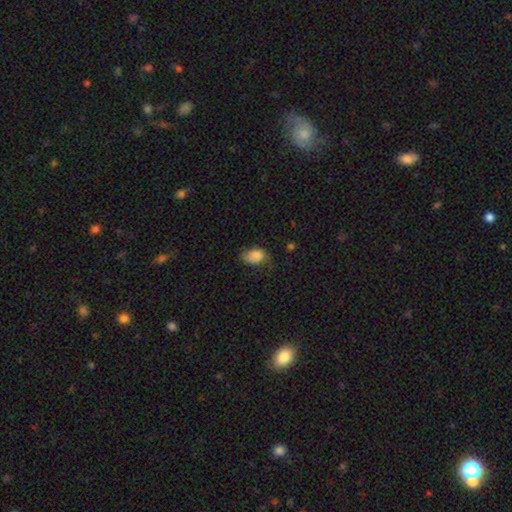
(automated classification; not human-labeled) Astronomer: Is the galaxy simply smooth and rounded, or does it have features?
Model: smooth — 82%.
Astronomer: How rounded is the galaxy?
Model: in between — 84%.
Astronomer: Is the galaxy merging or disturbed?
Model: none — 50% (runner-up: minor disturbance, 36%).